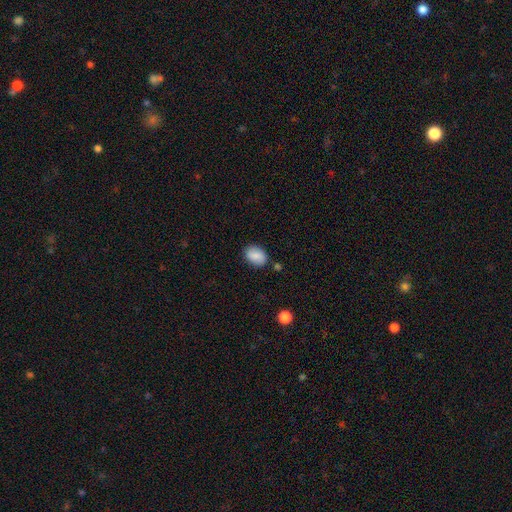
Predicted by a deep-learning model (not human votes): Smooth or featured? Predicted: smooth (p=0.83). How rounded? Predicted: in between (p=0.80). Merging? Predicted: none (p=0.82).